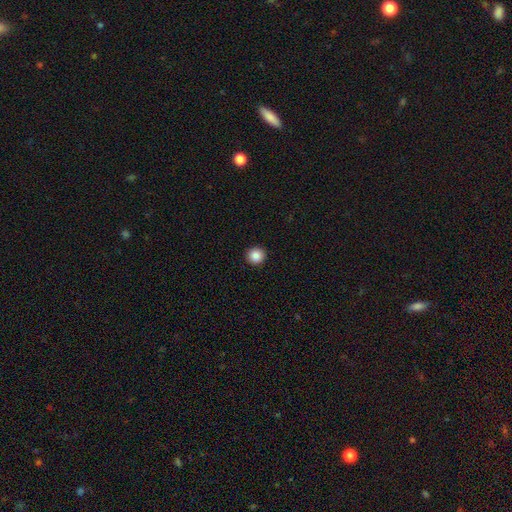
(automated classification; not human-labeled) Q: Smooth or featured?
A: smooth (87%); runner-up: star or artifact (10%)
Q: How rounded?
A: round (95%); runner-up: in between (4%)
Q: Merging?
A: none (94%); runner-up: minor disturbance (4%)